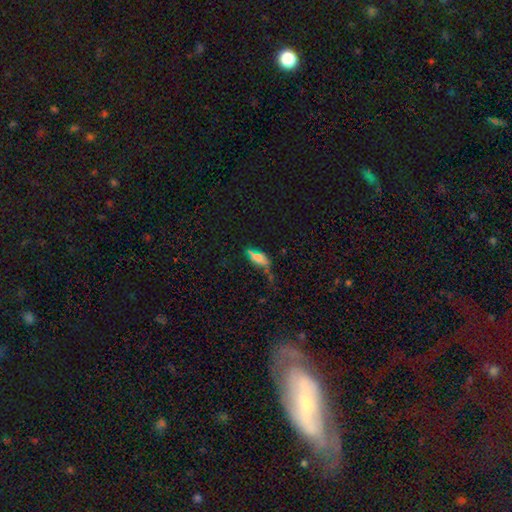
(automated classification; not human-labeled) Smooth or featured: smooth — 44% (featured or disk — 31%)
Merging: none — 36% (major disturbance — 27%)